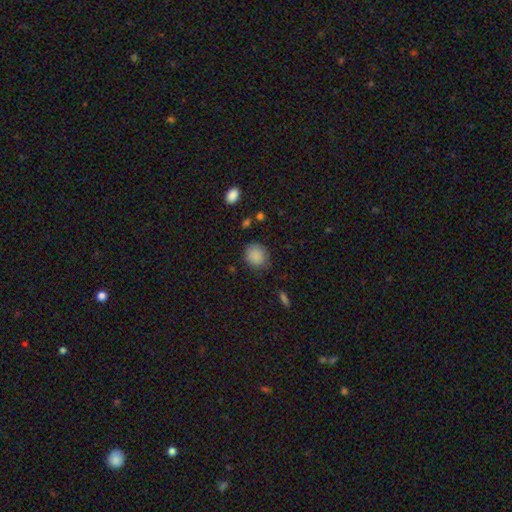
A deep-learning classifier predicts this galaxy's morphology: Q: Smooth or featured?
A: smooth (87%); runner-up: star or artifact (9%)
Q: How rounded?
A: round (75%); runner-up: in between (24%)
Q: Merging?
A: none (77%); runner-up: minor disturbance (17%)